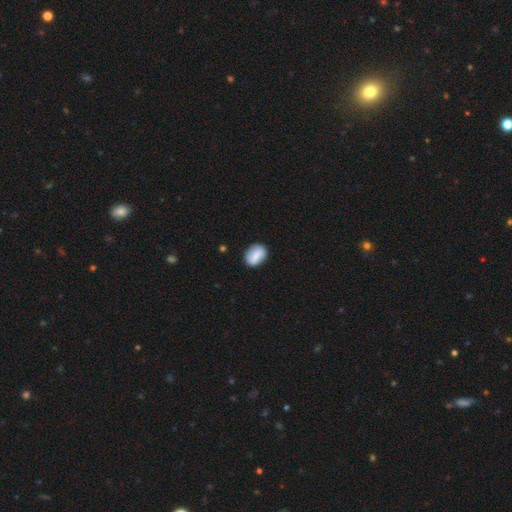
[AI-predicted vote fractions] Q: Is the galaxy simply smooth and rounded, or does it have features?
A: smooth — 77%.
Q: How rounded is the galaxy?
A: in between — 70%.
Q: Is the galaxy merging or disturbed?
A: none — 82%.